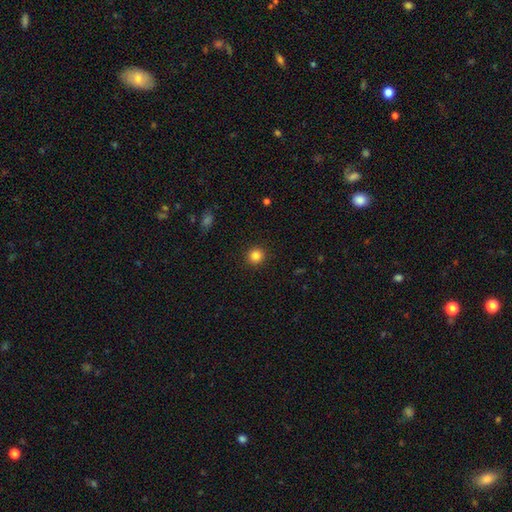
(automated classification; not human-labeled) Smooth or featured: smooth — 84% (star or artifact — 11%)
How rounded: round — 92% (in between — 7%)
Merging: none — 92% (minor disturbance — 5%)